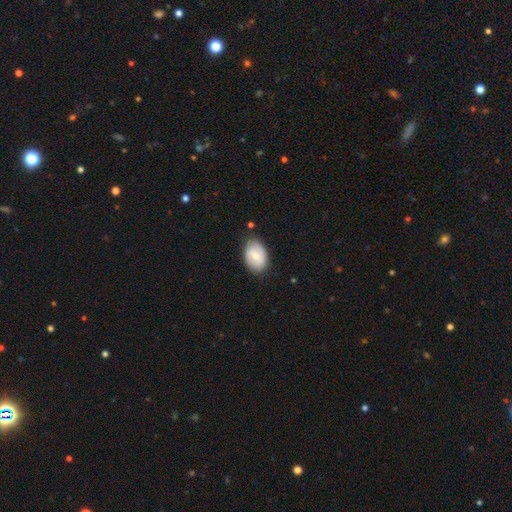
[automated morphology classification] This is possibly a smooth galaxy (60%). How rounded: clearly in between (82%). Merging: likely none (78%).